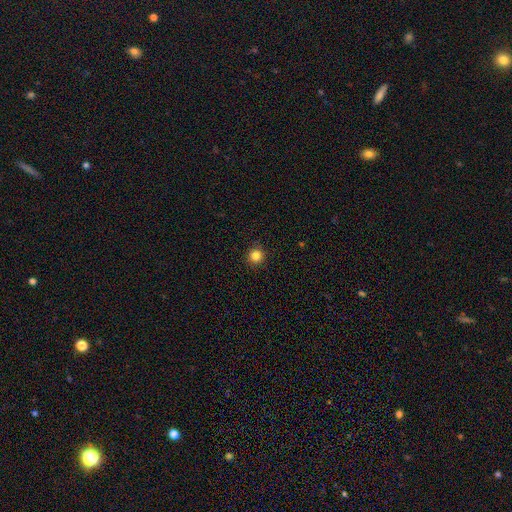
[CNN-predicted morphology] Smooth or featured?
  - smooth: 84% *
  - star or artifact: 12%
  - featured or disk: 4%
How rounded?
  - round: 95% *
  - in between: 4%
  - cigar-shaped: 1%
Merging?
  - none: 92% *
  - minor disturbance: 5%
  - major disturbance: 2%
  - merger: 1%